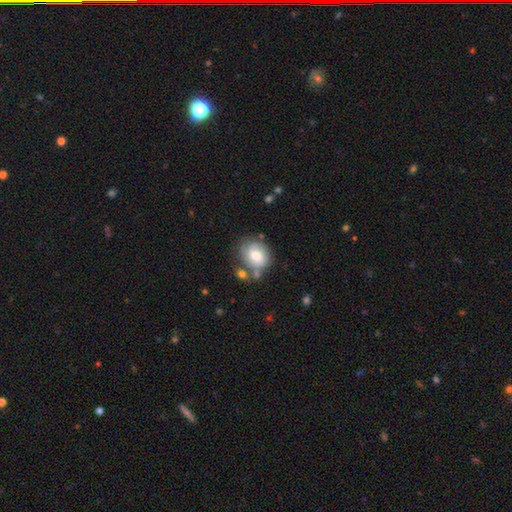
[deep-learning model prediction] Smooth or featured? Predicted: smooth (p=0.56). How rounded? Predicted: round (p=0.58). Merging? Predicted: none (p=0.59).